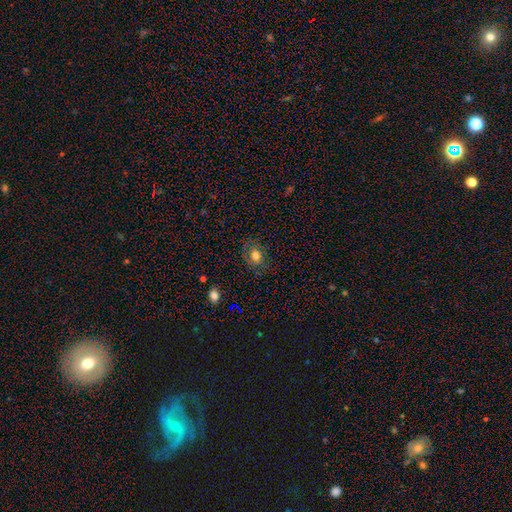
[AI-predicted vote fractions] Overall: smooth (71%). How rounded: in between (62%; round 37%). Merging: none (77%).